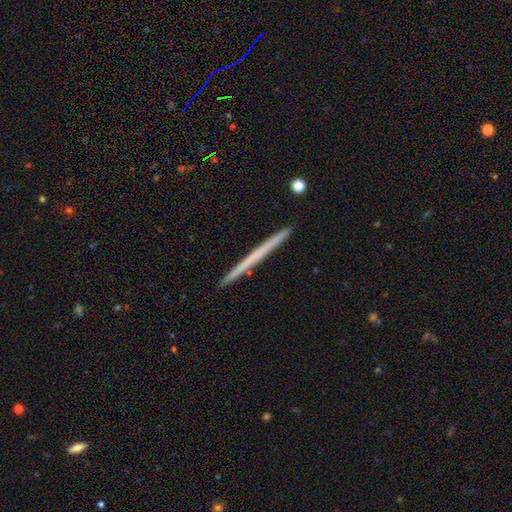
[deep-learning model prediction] Smooth or featured? Predicted: featured or disk (p=0.49). Merging? Predicted: none (p=0.93).